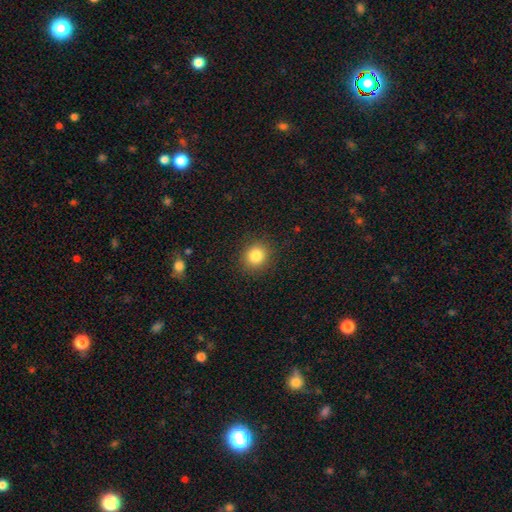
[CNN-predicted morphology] type=smooth (84%); roundness=round (84%); merging=none (89%).